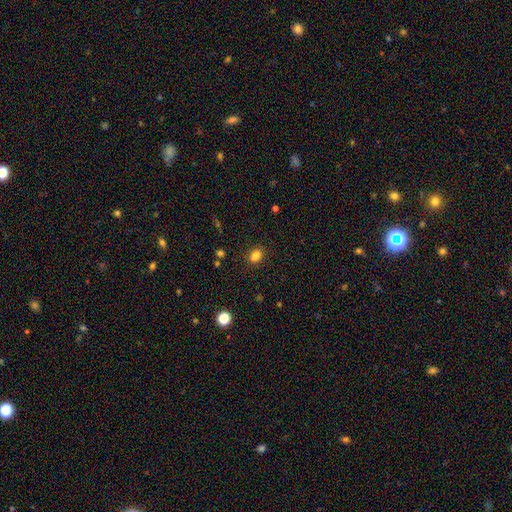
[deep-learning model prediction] Smooth or featured: smooth — 80% (star or artifact — 14%)
How rounded: in between — 63% (round — 36%)
Merging: none — 74% (minor disturbance — 13%)